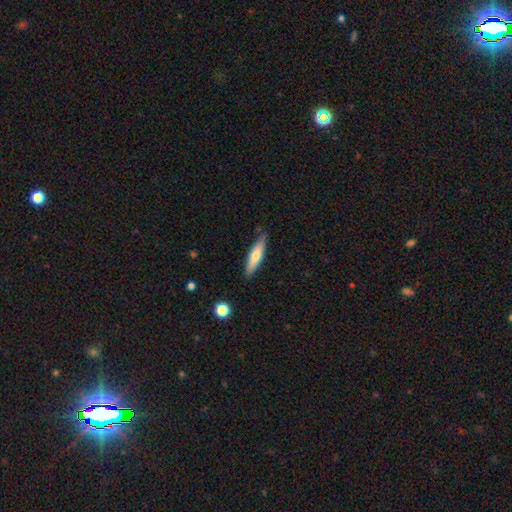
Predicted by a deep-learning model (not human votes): smooth 64%, featured or disk 30%, star or artifact 6%. Down the decision tree: how rounded — cigar-shaped (74%); merging — none (84%).